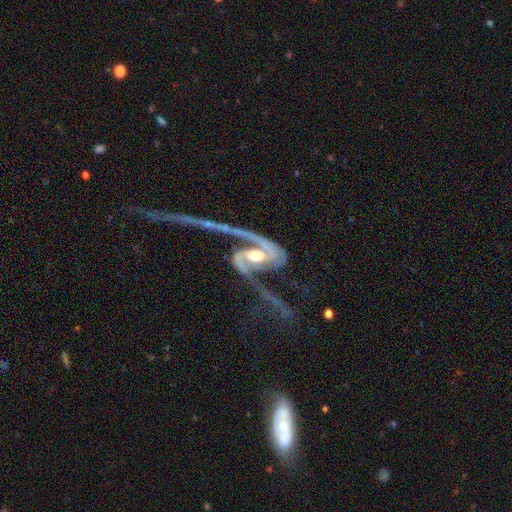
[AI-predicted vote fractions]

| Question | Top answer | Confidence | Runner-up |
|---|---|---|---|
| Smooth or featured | featured or disk | 92% | star or artifact (4%) |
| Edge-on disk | no | 97% | yes (3%) |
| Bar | no | 41% | weak (36%) |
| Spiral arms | yes | 97% | no (3%) |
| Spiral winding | loose | 54% | medium (34%) |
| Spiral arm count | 2 | 89% | 1 (4%) |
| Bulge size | moderate | 74% | small (12%) |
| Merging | major disturbance | 42% | none (34%) |